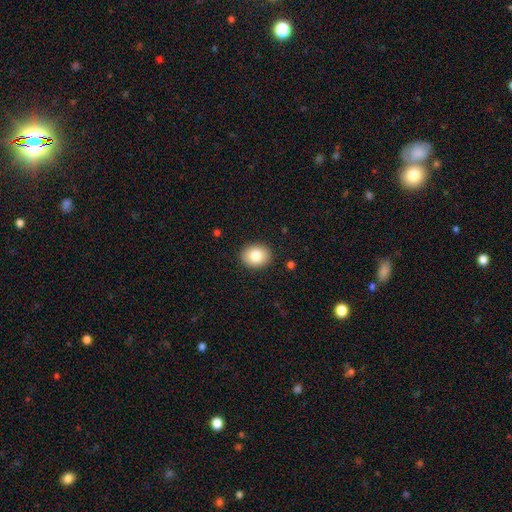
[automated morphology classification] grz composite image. It shows a smooth galaxy with no disk features (82%) that is in between round and cigar-shaped (52%). Merging: none (90%).